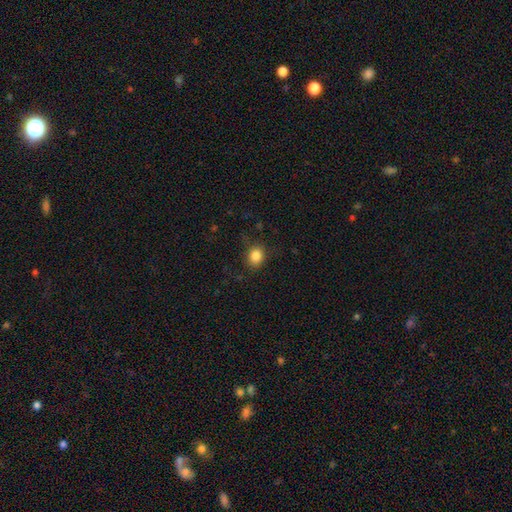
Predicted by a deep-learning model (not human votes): Smooth or featured? Predicted: smooth (p=0.85). How rounded? Predicted: round (p=0.64). Merging? Predicted: none (p=0.81).